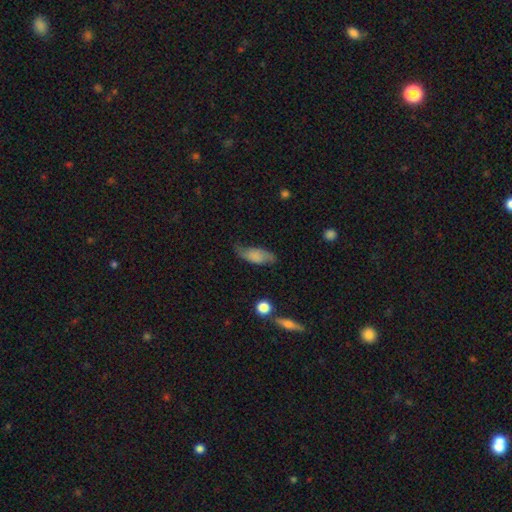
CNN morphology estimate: type=smooth (64%); roundness=in between (81%); merging=none (58%).